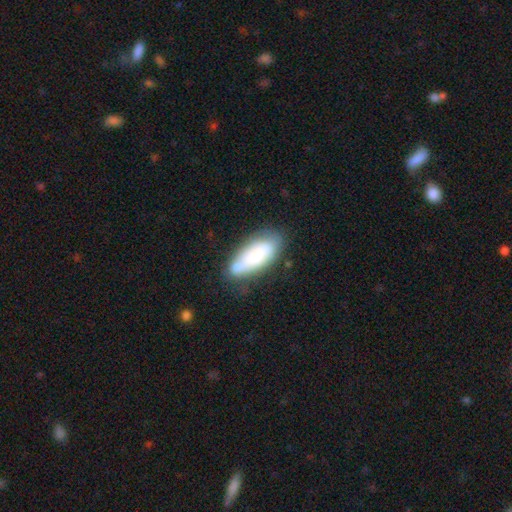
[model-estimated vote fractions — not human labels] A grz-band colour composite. It shows a smooth galaxy with no disk features (72%) that is in between round and cigar-shaped (72%). Merging: none (59%).